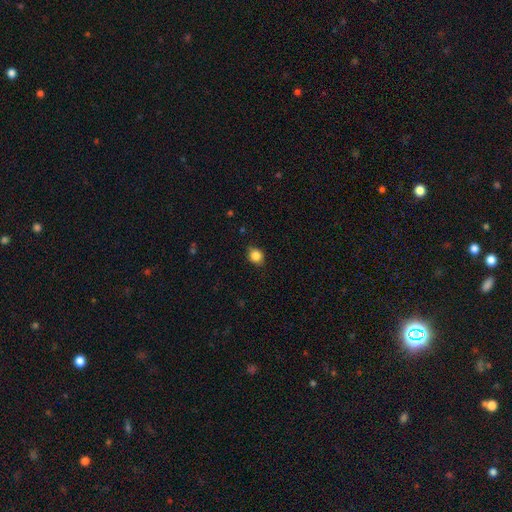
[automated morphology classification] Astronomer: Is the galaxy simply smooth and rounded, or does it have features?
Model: smooth — 85%.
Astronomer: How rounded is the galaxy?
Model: round — 61% (runner-up: in between, 37%).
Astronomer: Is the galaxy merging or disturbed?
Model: none — 83%.